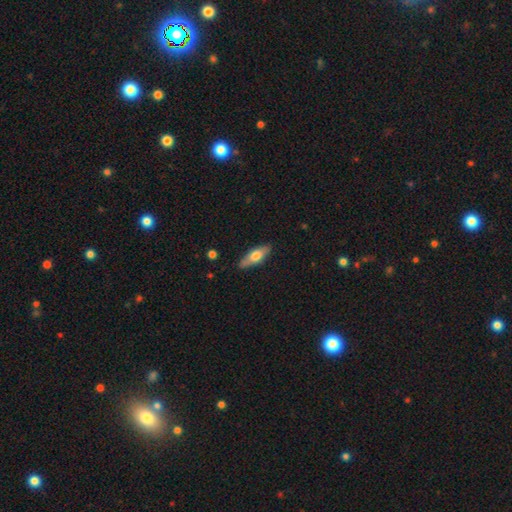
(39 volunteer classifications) This is possibly a featured or disk galaxy (49%). It is likely viewed edge-on (79%). Edge-on bulge: clearly rounded (100%). Merging: clearly none (89%).